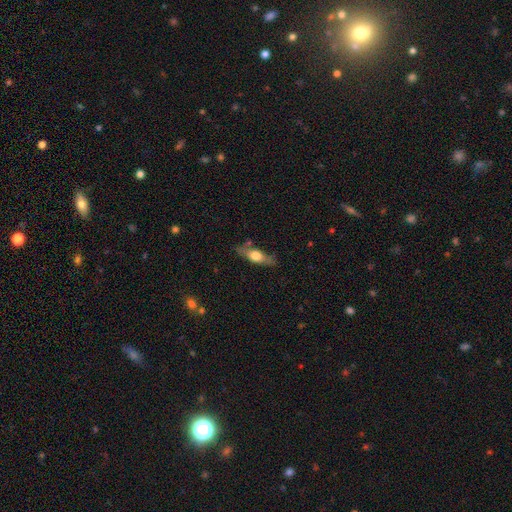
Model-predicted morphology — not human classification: This is possibly a smooth galaxy (49%). Merging: likely none (77%).